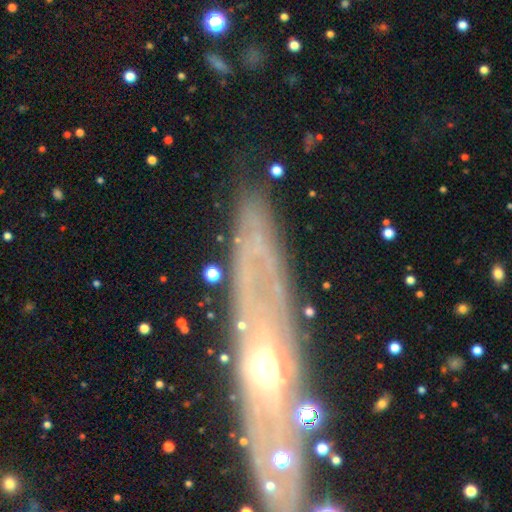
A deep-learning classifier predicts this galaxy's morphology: Smooth or featured? featured or disk (68%)
Edge-on disk? yes (52%)
Merging? none (77%)